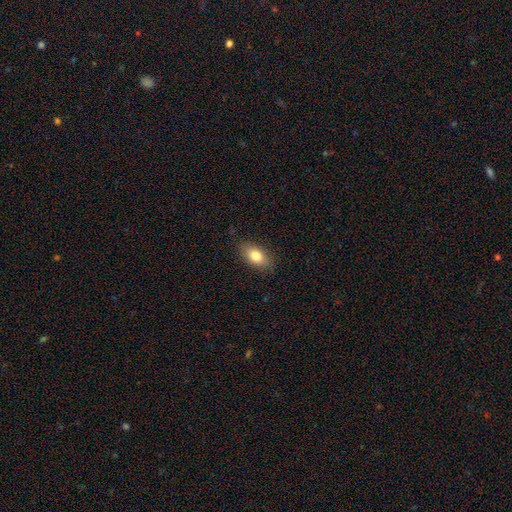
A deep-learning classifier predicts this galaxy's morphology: Smooth or featured: smooth — 79% (featured or disk — 13%)
How rounded: in between — 87% (round — 8%)
Merging: none — 85% (minor disturbance — 11%)